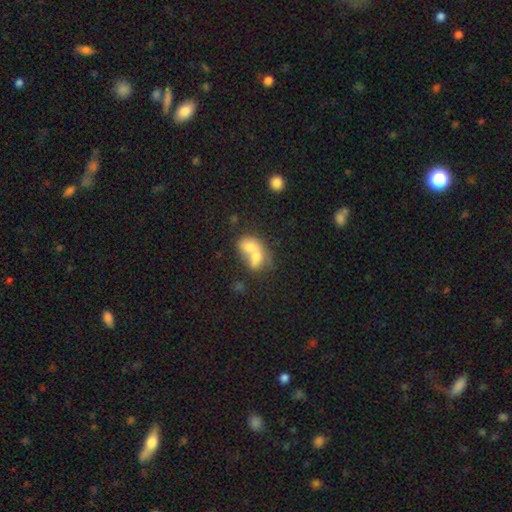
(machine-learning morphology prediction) Smooth or featured: smooth — 65% (featured or disk — 25%)
How rounded: in between — 68% (round — 30%)
Merging: merger — 75% (none — 13%)